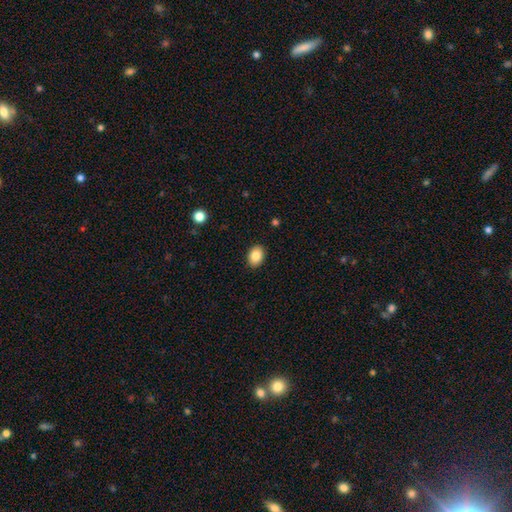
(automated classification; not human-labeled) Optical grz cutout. It shows a smooth galaxy with no disk features (86%) that is in between round and cigar-shaped (72%). Merging: none (90%).